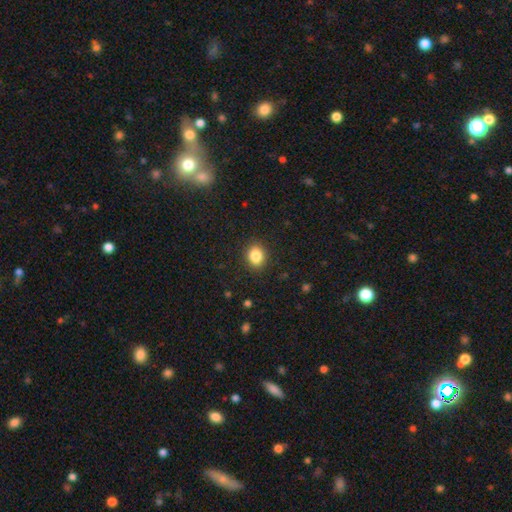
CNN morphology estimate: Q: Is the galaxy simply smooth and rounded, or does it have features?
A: smooth — 85%.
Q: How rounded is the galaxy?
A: round — 59%.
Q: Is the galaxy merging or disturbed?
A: none — 90%.